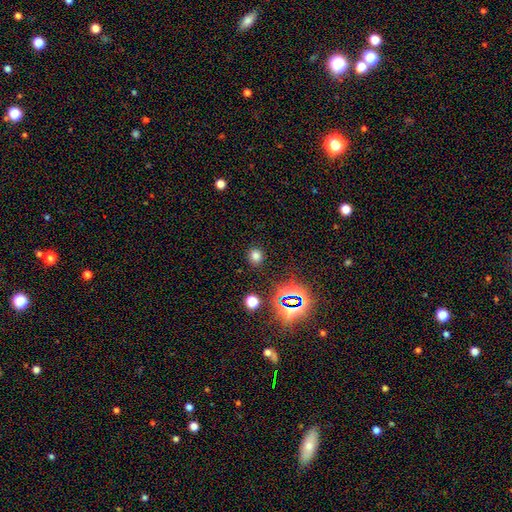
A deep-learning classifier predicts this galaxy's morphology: A smooth galaxy with no disk features (71%) that is round (79%).

Vote fractions:
- Smooth or featured? smooth: 71% / star or artifact: 22% / featured or disk: 6%
- How rounded? round: 79% / in between: 20% / cigar-shaped: 1%
- Merging? none: 88% / minor disturbance: 7% / major disturbance: 3% / merger: 2%